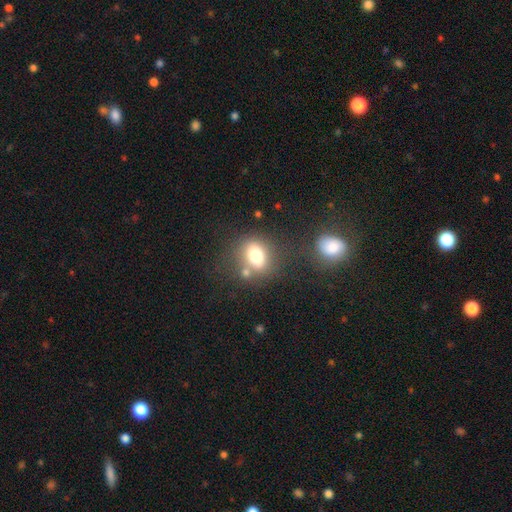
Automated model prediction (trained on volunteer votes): smooth 74%, featured or disk 15%, star or artifact 11%. Down the decision tree: how rounded — in between (67%); merging — none (64%).